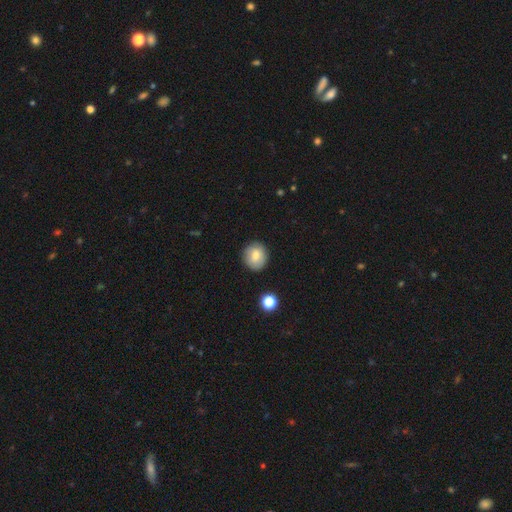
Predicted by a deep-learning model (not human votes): Q: Smooth or featured?
A: smooth (80%); runner-up: featured or disk (11%)
Q: How rounded?
A: round (81%); runner-up: in between (18%)
Q: Merging?
A: none (87%); runner-up: minor disturbance (9%)